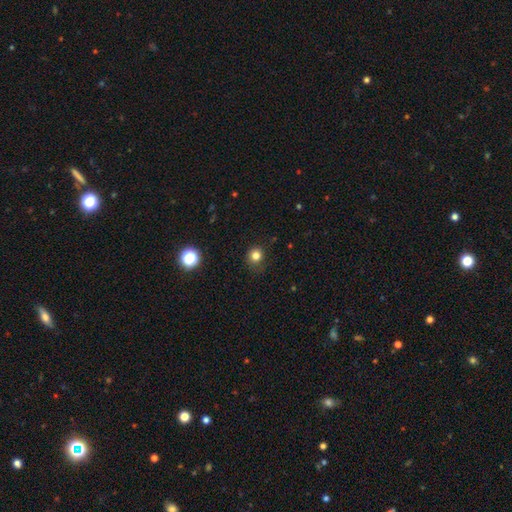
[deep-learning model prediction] A smooth galaxy with no disk features (79%) that is round (86%).

Vote fractions:
- Smooth or featured? smooth: 79% / star or artifact: 15% / featured or disk: 6%
- How rounded? round: 86% / in between: 13% / cigar-shaped: 1%
- Merging? none: 79% / minor disturbance: 15% / major disturbance: 5% / merger: 1%